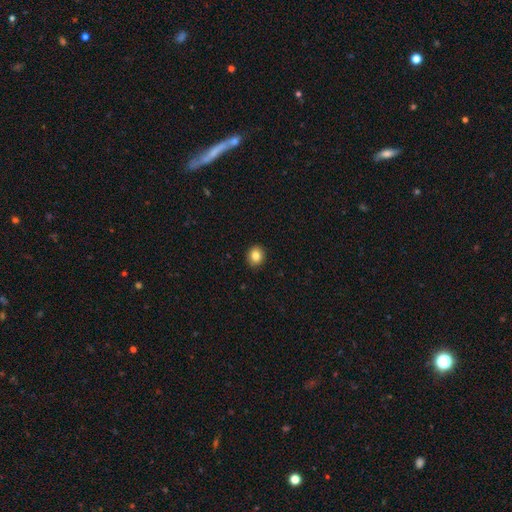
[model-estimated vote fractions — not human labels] Smooth or featured: smooth — 85% (star or artifact — 10%)
How rounded: round — 74% (in between — 25%)
Merging: none — 92% (minor disturbance — 6%)